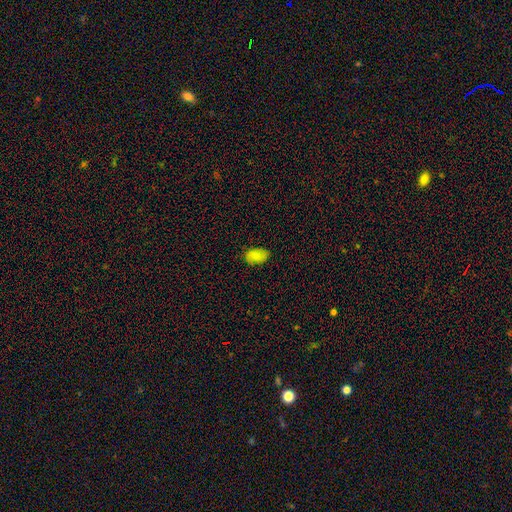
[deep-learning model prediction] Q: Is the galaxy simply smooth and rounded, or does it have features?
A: smooth — 80%.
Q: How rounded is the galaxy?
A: in between — 90%.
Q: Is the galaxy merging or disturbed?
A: none — 80%.